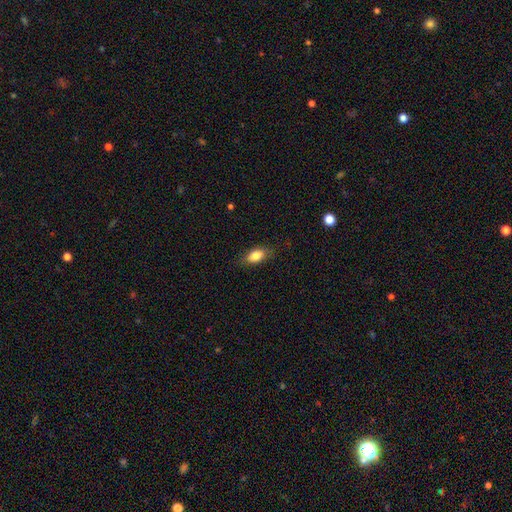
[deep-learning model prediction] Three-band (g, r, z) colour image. It shows a smooth galaxy with no disk features (81%) that is in between round and cigar-shaped (84%). Merging: none (78%).